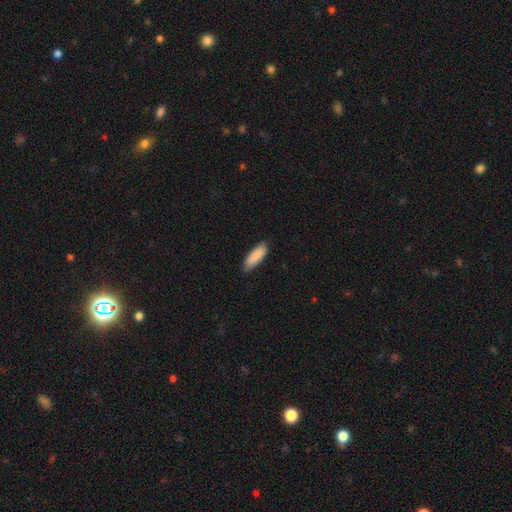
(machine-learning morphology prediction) smooth-or-featured: smooth: 89% | featured or disk: 6% | star or artifact: 6%
  how-rounded: in between: 62% | cigar-shaped: 37% | round: 2%
  merging: none: 84% | minor disturbance: 13% | major disturbance: 2% | merger: 1%